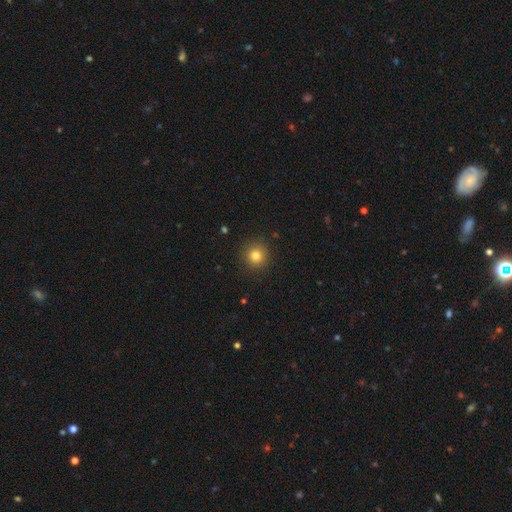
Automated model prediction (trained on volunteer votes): Morphology: type=smooth (80%); roundness=round (94%); merging=none (91%).